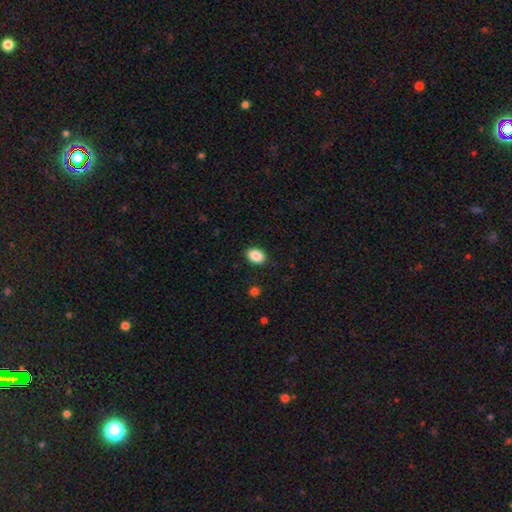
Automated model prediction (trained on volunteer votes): Smooth or featured?
  - smooth: 88% *
  - star or artifact: 8%
  - featured or disk: 4%
How rounded?
  - in between: 76% *
  - round: 23%
  - cigar-shaped: 1%
Merging?
  - none: 89% *
  - minor disturbance: 8%
  - major disturbance: 2%
  - merger: 1%